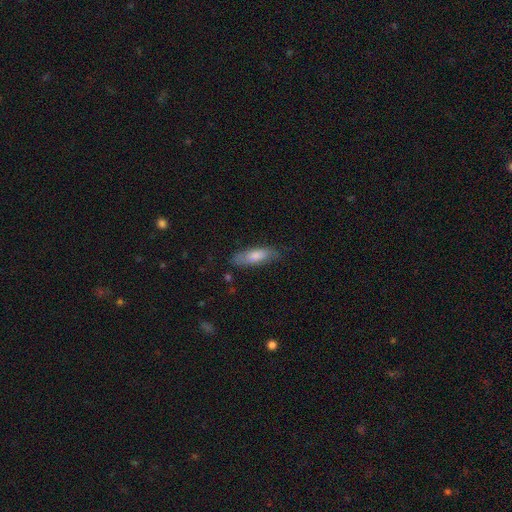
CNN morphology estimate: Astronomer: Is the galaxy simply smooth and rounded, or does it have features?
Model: smooth — 70%.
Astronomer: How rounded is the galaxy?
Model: in between — 49%, tied with cigar-shaped at 49%.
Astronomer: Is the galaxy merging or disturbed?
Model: none — 75%.